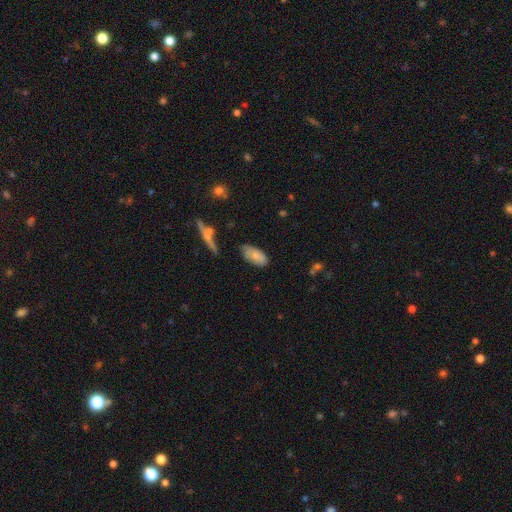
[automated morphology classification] This appears to be a smooth galaxy with no disk features (70%) that is in between round and cigar-shaped (91%). Merging: none (63%).